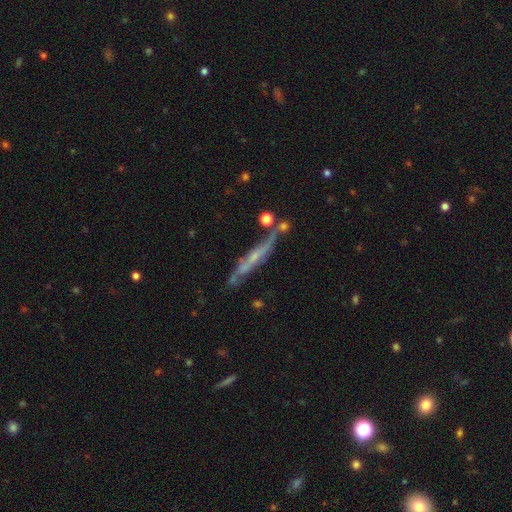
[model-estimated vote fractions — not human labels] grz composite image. It shows a featured or disk galaxy (66%) viewed edge-on (76%). Merging: none (54%).